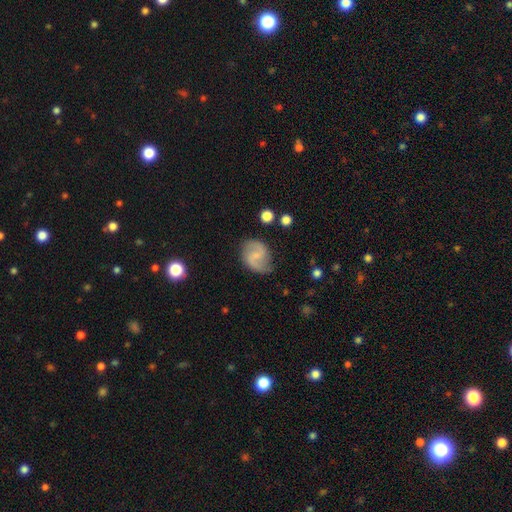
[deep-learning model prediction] This appears to be a featured or disk galaxy (74%) with a weak bar (52%), 2 (91%) loose (44%) spiral arms (94%) and a small central bulge (47%). Merging: none (74%).